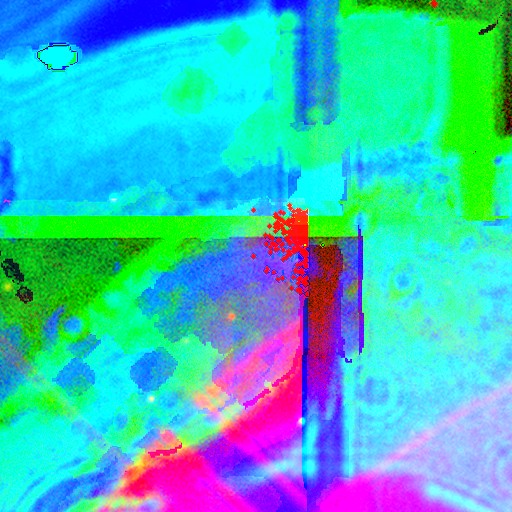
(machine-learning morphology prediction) The model was most divided on "smooth or featured": star or artifact: 86%, featured or disk: 9%, smooth: 6%.